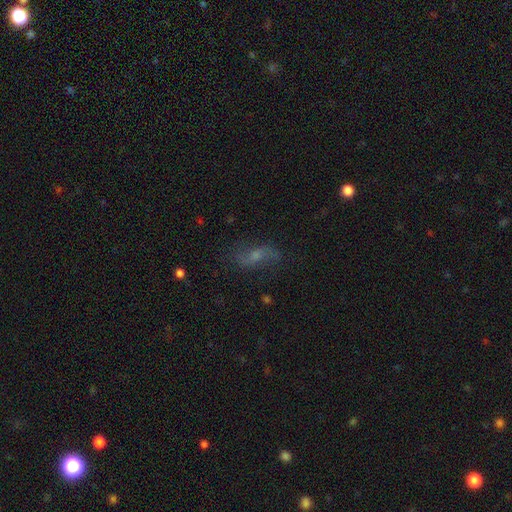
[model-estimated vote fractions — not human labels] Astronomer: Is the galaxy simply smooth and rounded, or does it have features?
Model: featured or disk — 56%.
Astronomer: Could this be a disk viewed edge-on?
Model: no — 88%.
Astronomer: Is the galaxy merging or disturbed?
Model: none — 71%.